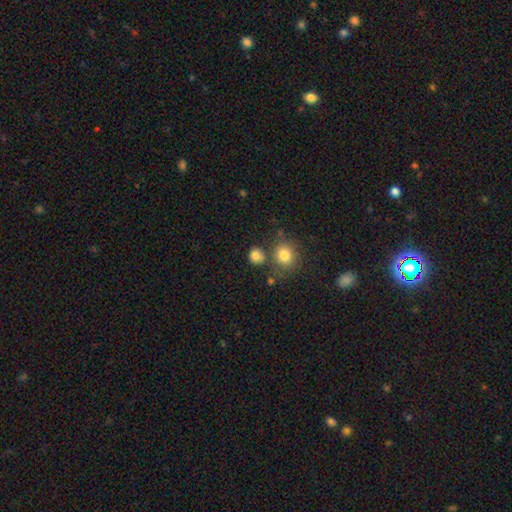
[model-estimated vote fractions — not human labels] A smooth galaxy with no disk features (81%) that is round (80%). Merging: none (72%).